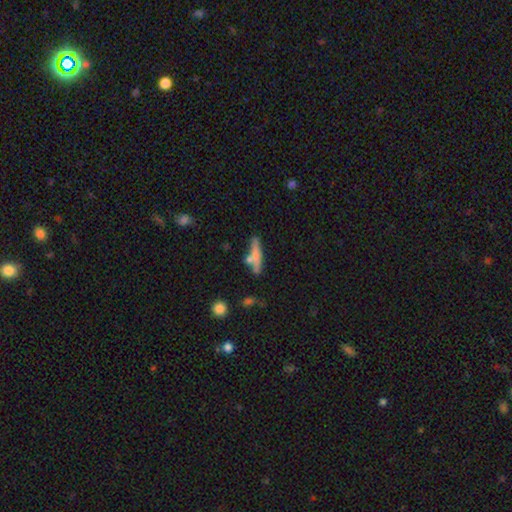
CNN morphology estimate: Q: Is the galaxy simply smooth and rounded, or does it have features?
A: smooth — 62%.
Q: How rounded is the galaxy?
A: cigar-shaped — 84%.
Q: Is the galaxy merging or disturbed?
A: none — 63%.